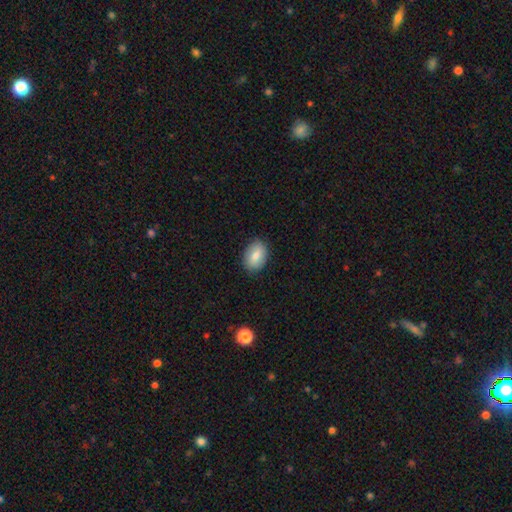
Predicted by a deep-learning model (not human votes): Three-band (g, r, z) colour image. It shows a smooth galaxy with no disk features (81%) that is in between round and cigar-shaped (83%). Merging: none (86%).